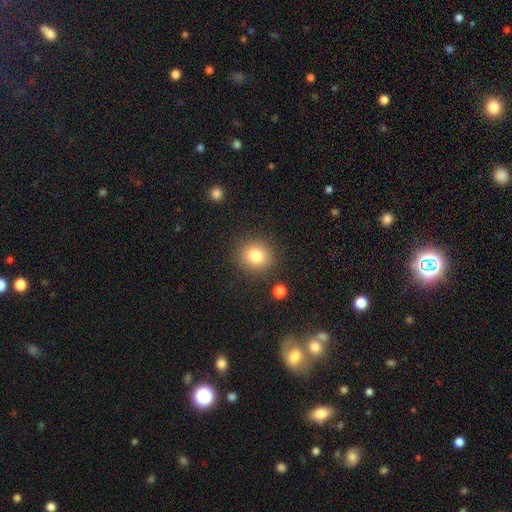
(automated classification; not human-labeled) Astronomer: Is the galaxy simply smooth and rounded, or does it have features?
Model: smooth — 81%.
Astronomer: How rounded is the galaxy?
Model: round — 84%.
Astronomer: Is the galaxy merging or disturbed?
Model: none — 87%.